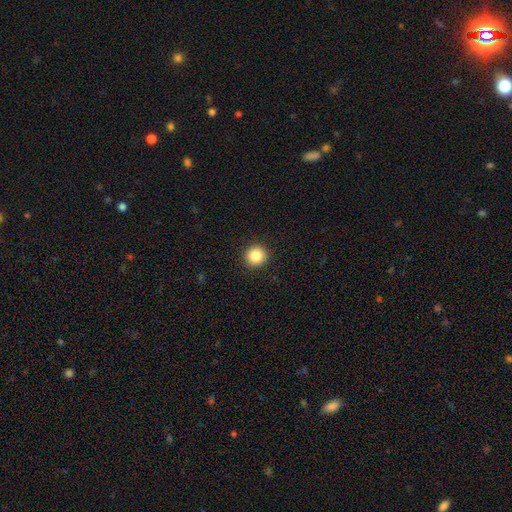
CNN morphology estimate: The model was most divided on "smooth or featured": smooth: 86%, star or artifact: 10%, featured or disk: 5%. More confident: how rounded — round (95%); merging — none (93%).